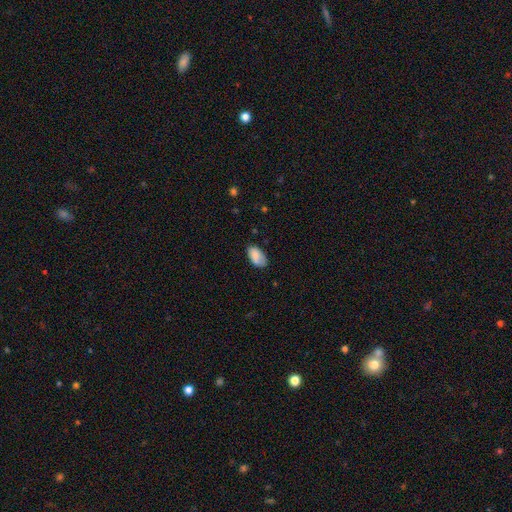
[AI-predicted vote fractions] Smooth or featured?
  - smooth: 82% *
  - featured or disk: 11%
  - star or artifact: 7%
How rounded?
  - in between: 94% *
  - round: 4%
  - cigar-shaped: 2%
Merging?
  - none: 69% *
  - minor disturbance: 24%
  - major disturbance: 5%
  - merger: 2%